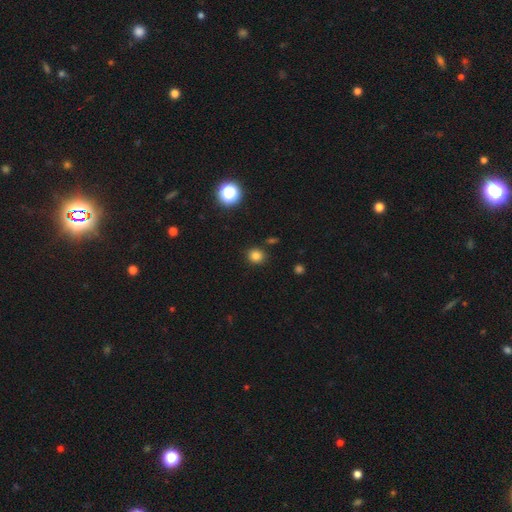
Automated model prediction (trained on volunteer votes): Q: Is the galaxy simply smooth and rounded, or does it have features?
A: smooth — 82%.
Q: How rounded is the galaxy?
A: round — 83%.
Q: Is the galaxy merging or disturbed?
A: none — 86%.